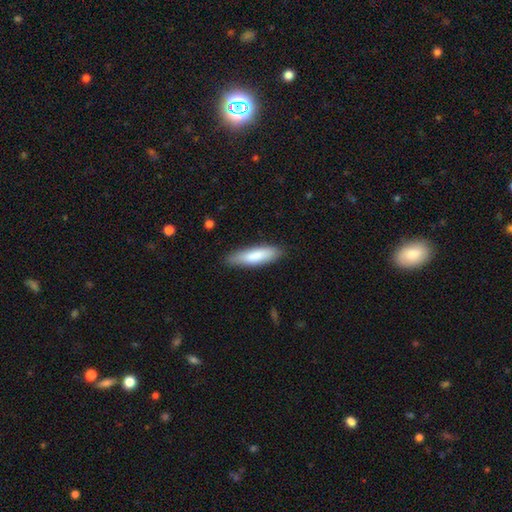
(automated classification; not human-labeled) A smooth galaxy with no disk features (82%) that is cigar-shaped (63%).

Vote fractions:
- Smooth or featured? smooth: 82% / featured or disk: 13% / star or artifact: 6%
- How rounded? cigar-shaped: 63% / in between: 35% / round: 1%
- Merging? none: 85% / minor disturbance: 12% / major disturbance: 2% / merger: 1%